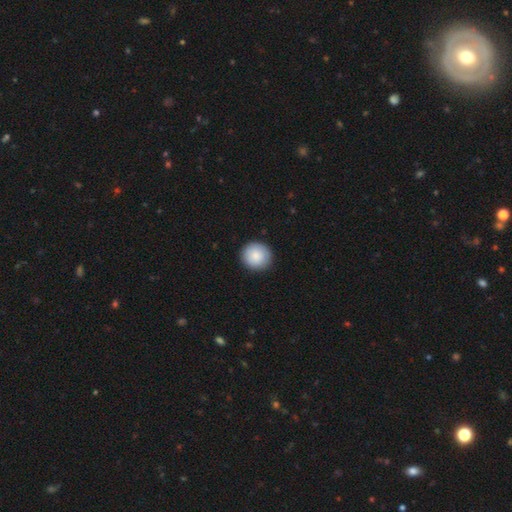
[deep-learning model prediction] Smooth or featured?
  - smooth: 87% *
  - star or artifact: 7%
  - featured or disk: 6%
How rounded?
  - round: 93% *
  - in between: 6%
  - cigar-shaped: 1%
Merging?
  - none: 90% *
  - minor disturbance: 7%
  - major disturbance: 2%
  - merger: 1%